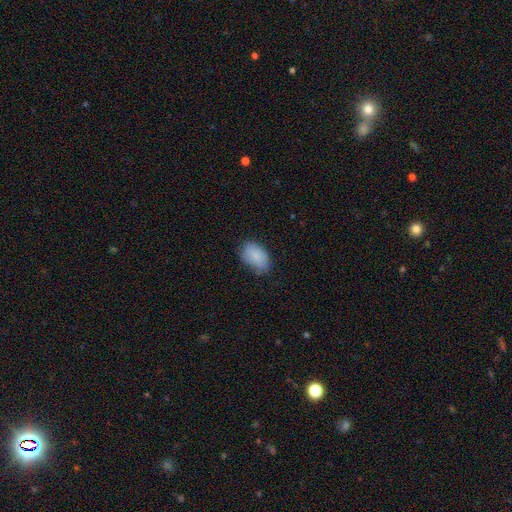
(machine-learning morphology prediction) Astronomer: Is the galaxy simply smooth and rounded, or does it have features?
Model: smooth — 87%.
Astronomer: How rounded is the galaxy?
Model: in between — 91%.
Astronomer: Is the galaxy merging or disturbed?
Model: none — 69%.